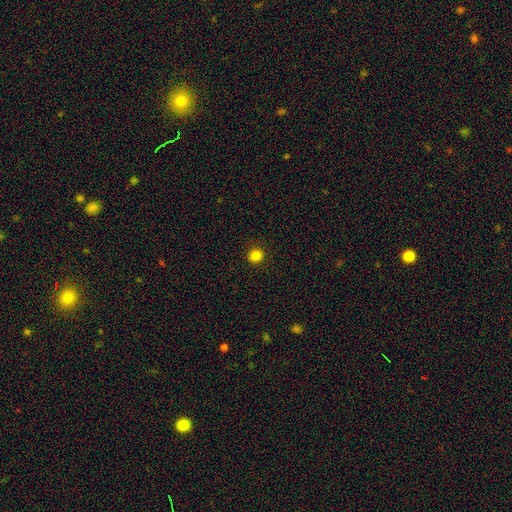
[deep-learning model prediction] Overall: smooth (84%). How rounded: round (89%). Merging: none (92%).